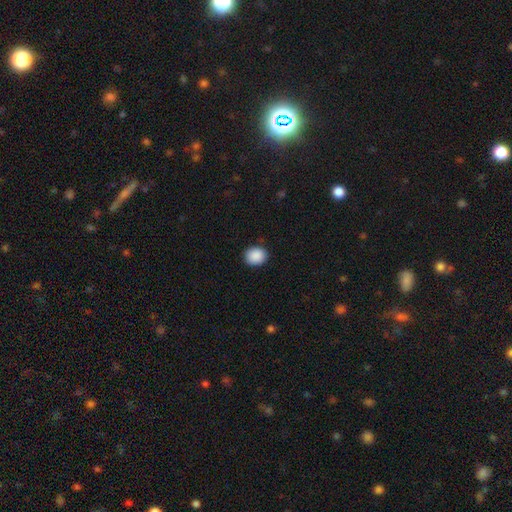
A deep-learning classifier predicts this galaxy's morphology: Smooth or featured?
  - smooth: 90% *
  - star or artifact: 7%
  - featured or disk: 3%
How rounded?
  - round: 65% *
  - in between: 34%
  - cigar-shaped: 1%
Merging?
  - none: 89% *
  - minor disturbance: 8%
  - major disturbance: 2%
  - merger: 1%